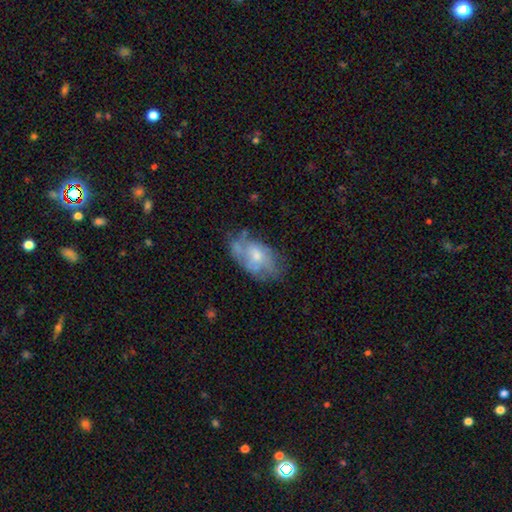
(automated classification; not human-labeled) smooth_or_featured: featured or disk (p=0.51) [alt: smooth p=0.42]
disk_edge_on: no (p=0.94) [alt: yes p=0.06]
merging: none (p=0.50) [alt: minor disturbance p=0.30]